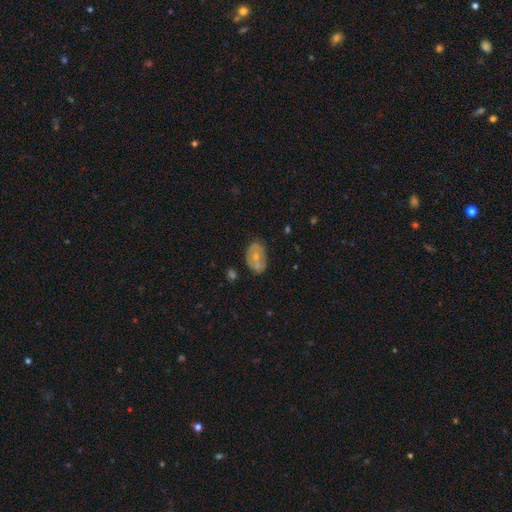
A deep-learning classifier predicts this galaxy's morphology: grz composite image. It shows a smooth galaxy with no disk features (51%) that is in between round and cigar-shaped (81%). Merging: none (62%).